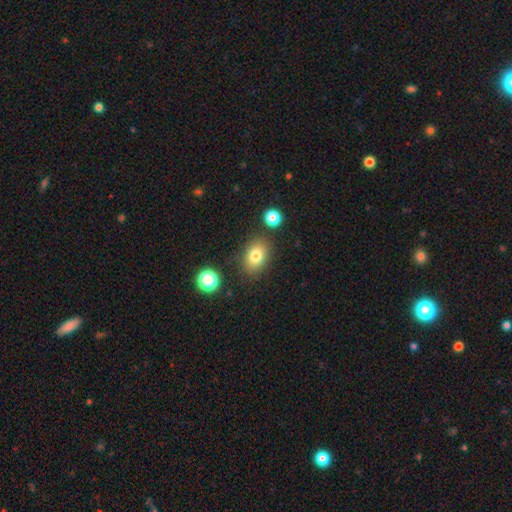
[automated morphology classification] Overall: smooth (80%). How rounded: in between (77%). Merging: none (82%).